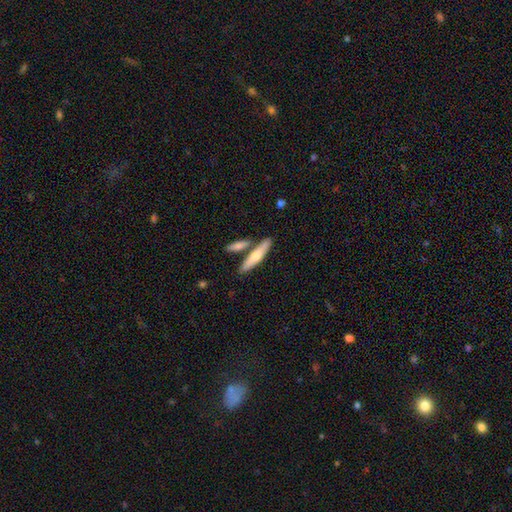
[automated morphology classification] Smooth or featured? Predicted: smooth (p=0.63). How rounded? Predicted: cigar-shaped (p=0.82). Merging? Predicted: none (p=0.68).